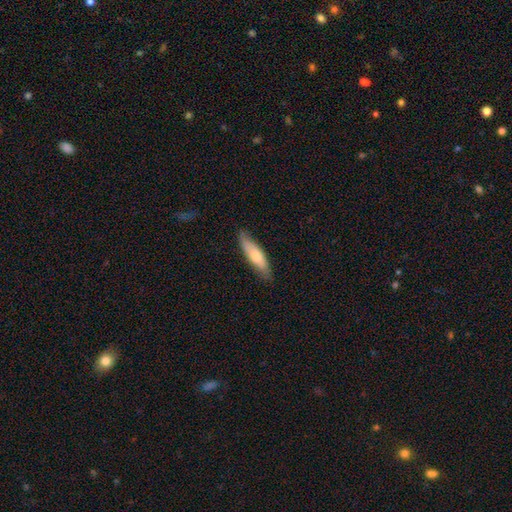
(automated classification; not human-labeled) Smooth or featured? smooth (70%)
How rounded? cigar-shaped (66%)
Merging? none (79%)